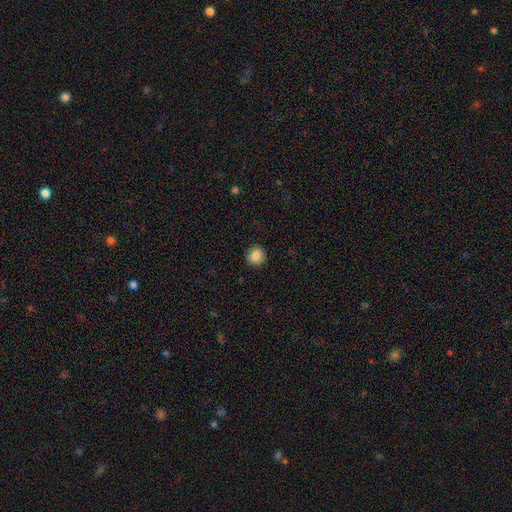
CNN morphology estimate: type=smooth (86%); roundness=round (89%); merging=none (90%).